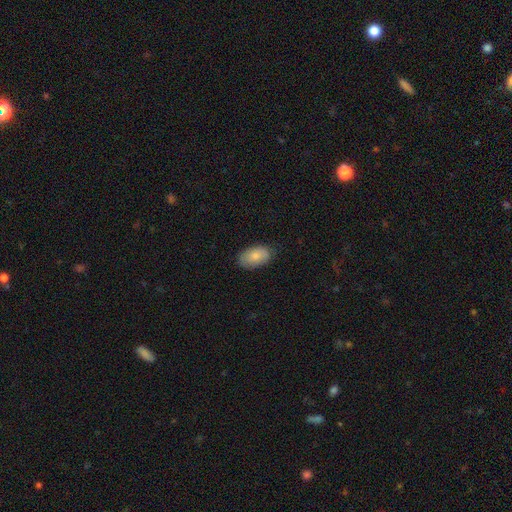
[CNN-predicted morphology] Smooth or featured? Predicted: smooth (p=0.79). How rounded? Predicted: in between (p=0.93). Merging? Predicted: none (p=0.77).